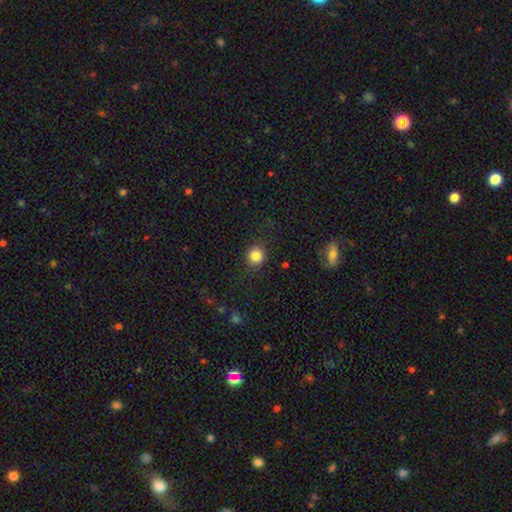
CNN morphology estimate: A smooth galaxy with no disk features (84%) that is round (86%). Merging: none (87%).